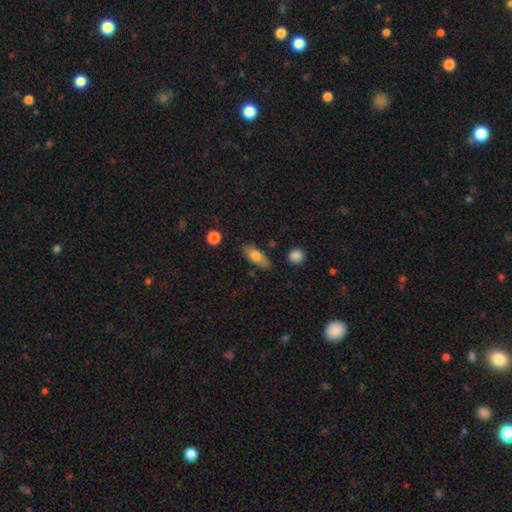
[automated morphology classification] The model was most divided on "how rounded": in between: 74%, cigar-shaped: 23%, round: 3%. More confident: merging — none (81%); smooth or featured — smooth (76%).